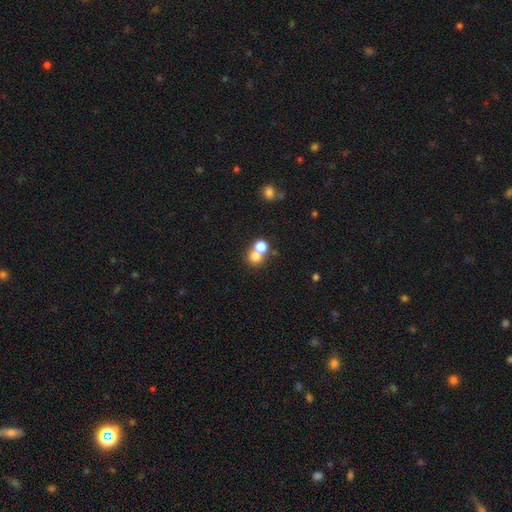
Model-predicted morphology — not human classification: Overall: smooth (74%). How rounded: round (83%). Merging: merger (51%; none 41%).